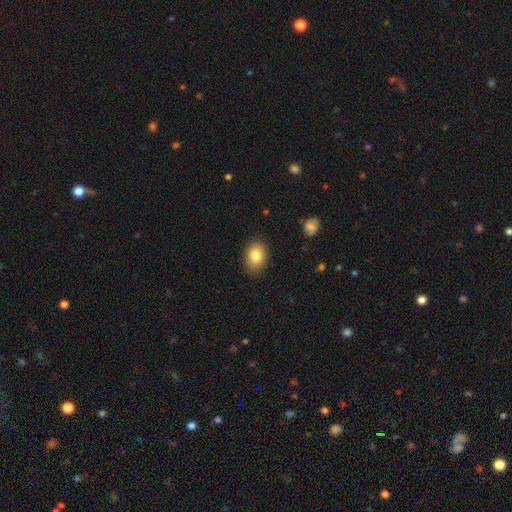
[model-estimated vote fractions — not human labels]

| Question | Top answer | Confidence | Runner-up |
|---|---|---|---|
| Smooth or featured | smooth | 84% | featured or disk (8%) |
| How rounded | in between | 76% | round (23%) |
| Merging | none | 86% | minor disturbance (10%) |